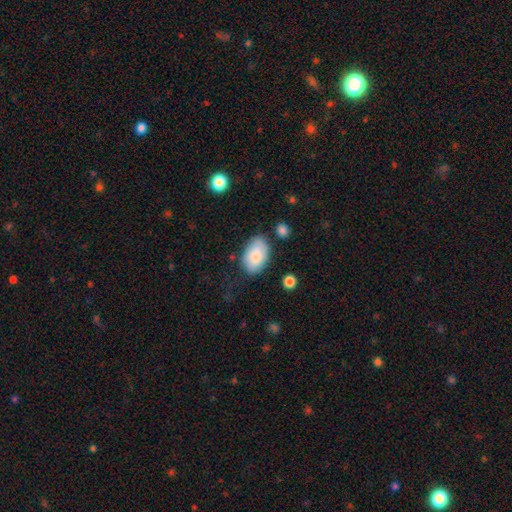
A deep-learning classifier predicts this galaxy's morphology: Smooth or featured? smooth (82%)
How rounded? in between (93%)
Merging? none (73%)